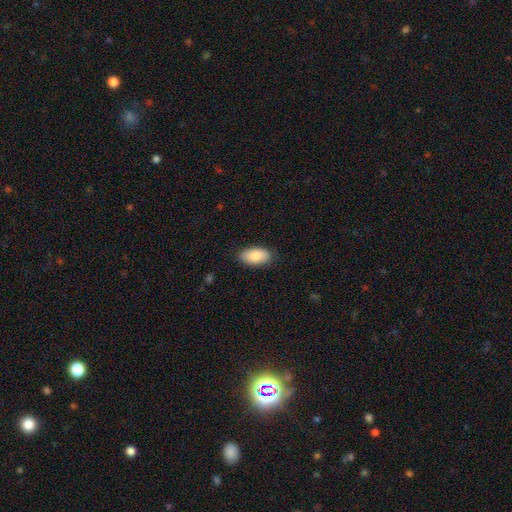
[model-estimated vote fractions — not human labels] The model was most divided on "merging": none: 85%, minor disturbance: 12%, major disturbance: 2%, merger: 1%. More confident: how rounded — in between (94%); smooth or featured — smooth (87%).